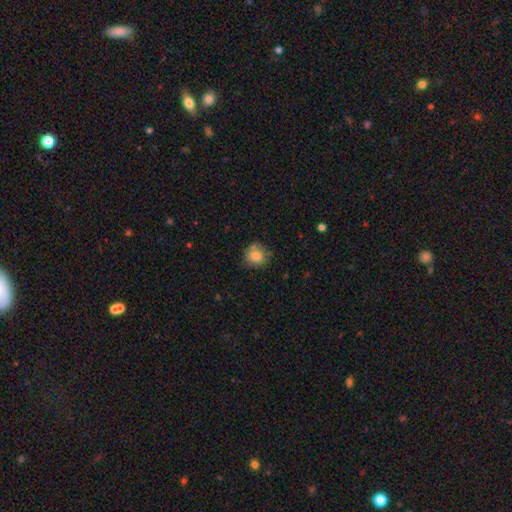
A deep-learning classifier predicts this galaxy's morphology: Overall: smooth (80%). How rounded: round (79%). Merging: none (68%).